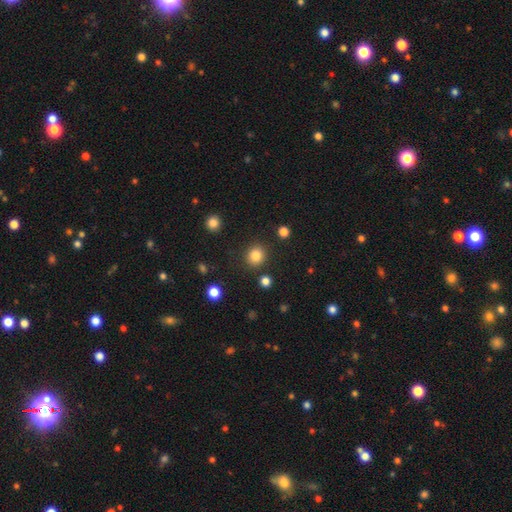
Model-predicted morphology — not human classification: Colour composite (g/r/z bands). It shows a smooth galaxy with no disk features (84%) that is round (84%). Merging: none (88%).